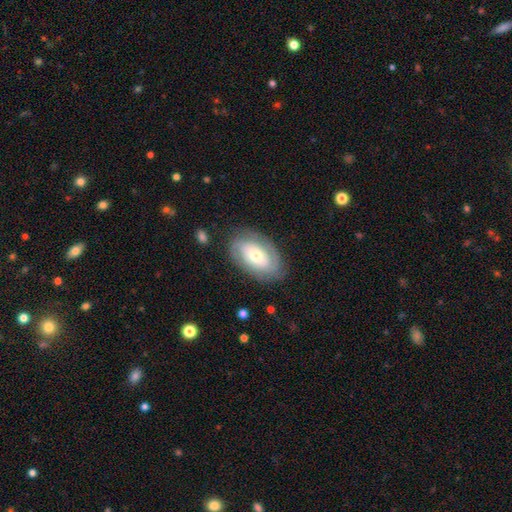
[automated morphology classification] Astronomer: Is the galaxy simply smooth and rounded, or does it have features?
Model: featured or disk — 68%.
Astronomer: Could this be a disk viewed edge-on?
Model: no — 95%.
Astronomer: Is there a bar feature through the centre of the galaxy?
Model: no — 68%.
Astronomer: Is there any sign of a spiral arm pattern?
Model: yes — 80%.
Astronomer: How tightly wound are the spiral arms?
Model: tight — 65%.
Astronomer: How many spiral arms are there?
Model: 2 — 54% (runner-up: can't tell, 30%).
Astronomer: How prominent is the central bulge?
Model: moderate — 52% (runner-up: small, 36%).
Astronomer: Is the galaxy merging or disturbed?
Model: none — 80%.